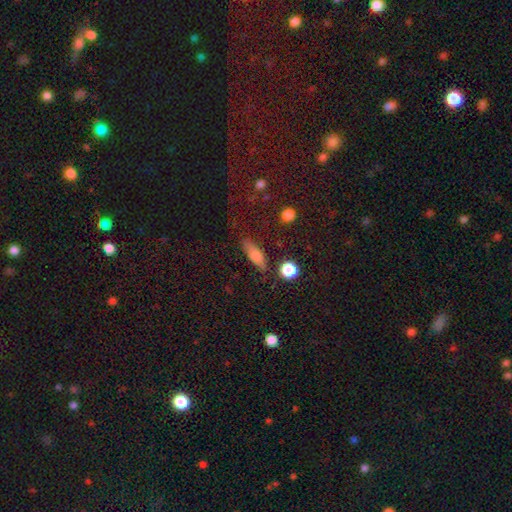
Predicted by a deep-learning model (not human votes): A smooth galaxy with no disk features (70%) that is in between round and cigar-shaped (53%).

Vote fractions:
- Smooth or featured? smooth: 70% / featured or disk: 20% / star or artifact: 10%
- How rounded? in between: 53% / cigar-shaped: 41% / round: 6%
- Merging? none: 78% / minor disturbance: 15% / major disturbance: 4% / merger: 3%